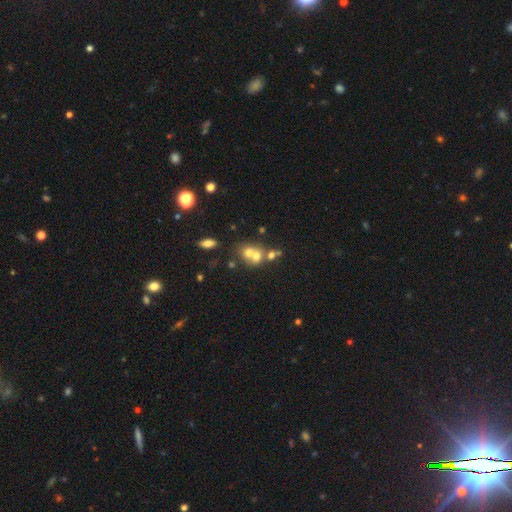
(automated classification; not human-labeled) Morphology: type=smooth (60%); roundness=round (66%); merging=merger (64%).